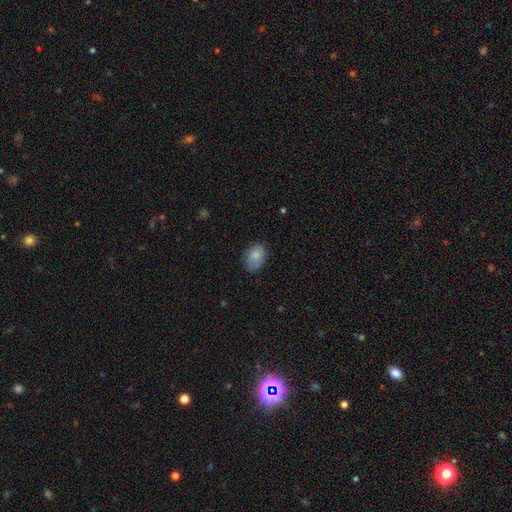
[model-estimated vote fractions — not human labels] This appears to be a smooth galaxy with no disk features (83%) that is in between round and cigar-shaped (83%). Merging: none (76%).